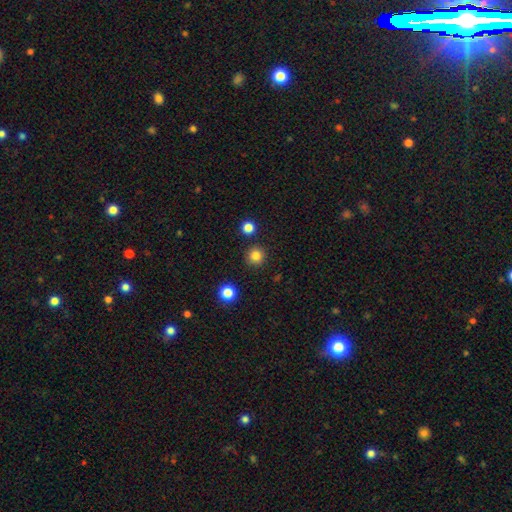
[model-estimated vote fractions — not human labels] Smooth or featured? Predicted: smooth (p=0.83). How rounded? Predicted: round (p=0.95). Merging? Predicted: none (p=0.89).